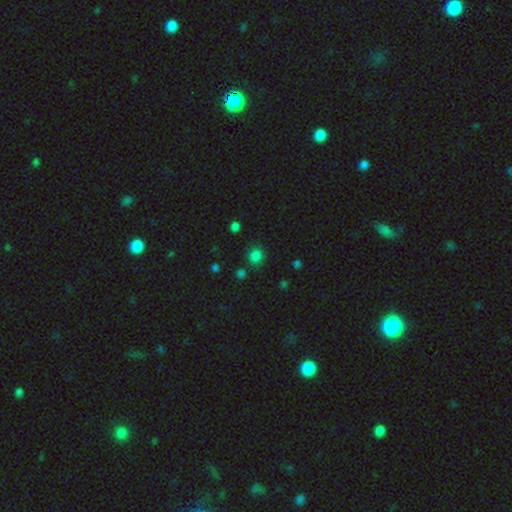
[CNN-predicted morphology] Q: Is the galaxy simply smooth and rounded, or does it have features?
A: smooth — 79%.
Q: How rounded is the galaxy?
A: round — 77%.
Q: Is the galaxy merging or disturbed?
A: none — 79%.